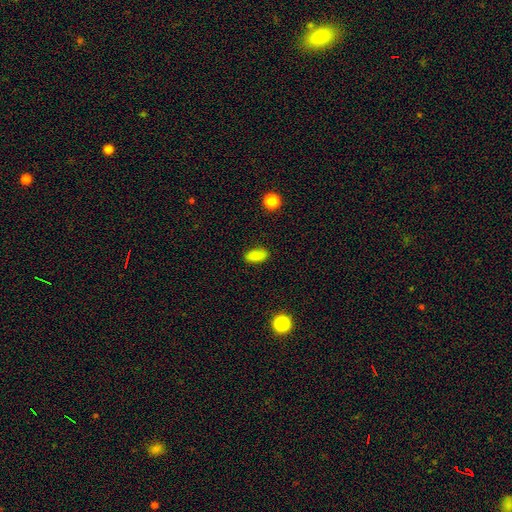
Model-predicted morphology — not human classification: A smooth galaxy with no disk features (86%) that is in between round and cigar-shaped (88%).

Vote fractions:
- Smooth or featured? smooth: 86% / star or artifact: 10% / featured or disk: 4%
- How rounded? in between: 88% / cigar-shaped: 7% / round: 5%
- Merging? none: 84% / minor disturbance: 12% / major disturbance: 3% / merger: 2%